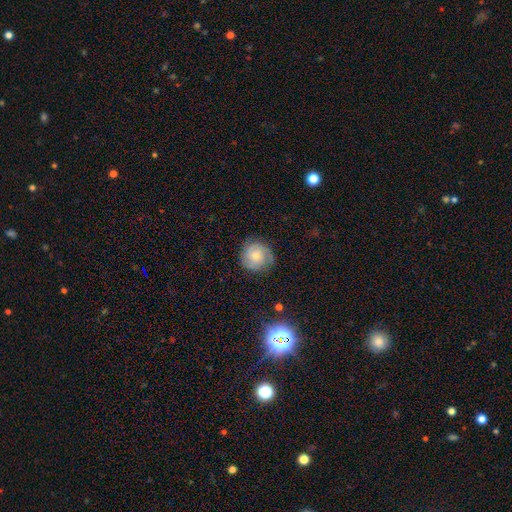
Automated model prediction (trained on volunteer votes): Q: Smooth or featured?
A: smooth (49%); runner-up: featured or disk (42%)
Q: Merging?
A: none (75%); runner-up: minor disturbance (18%)